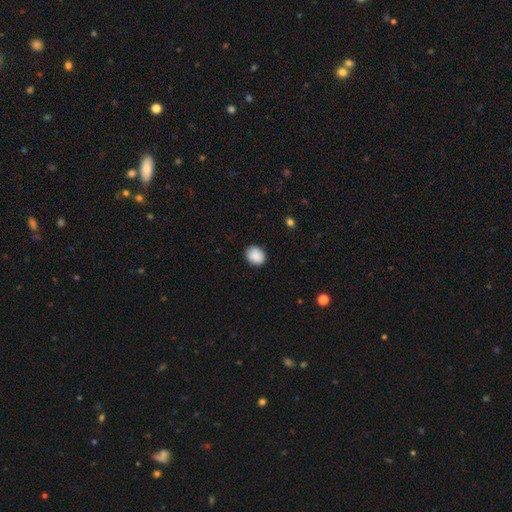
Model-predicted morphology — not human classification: Overall: smooth (90%). How rounded: round (53%; in between 46%). Merging: none (88%).